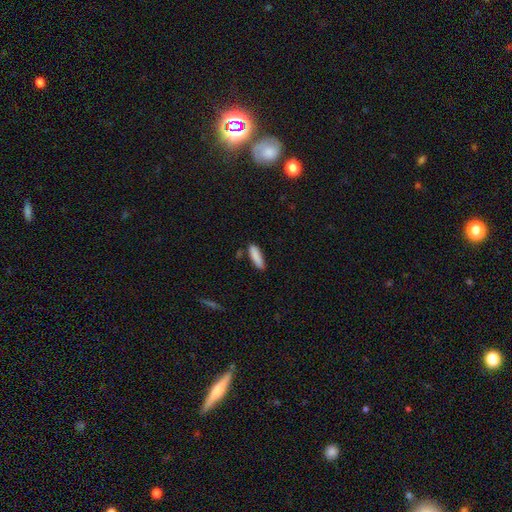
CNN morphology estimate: A smooth galaxy with no disk features (88%) that is cigar-shaped (65%). Merging: none (81%).